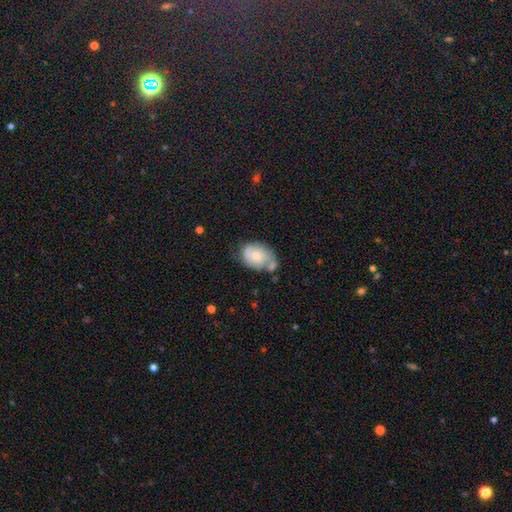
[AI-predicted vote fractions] Morphology: type=smooth (56%); roundness=in between (71%); merging=none (39%).